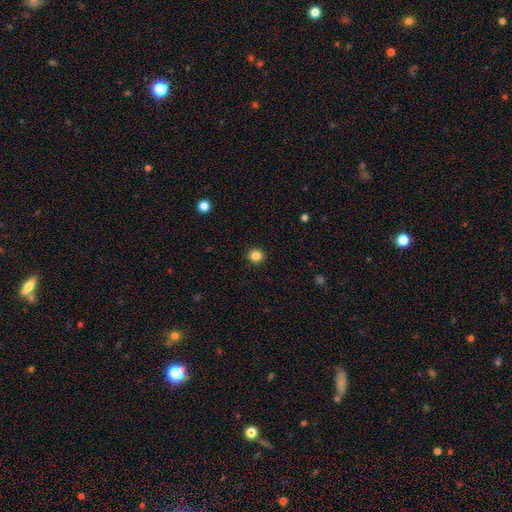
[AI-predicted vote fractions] smooth_or_featured: smooth (p=0.85) [alt: star or artifact p=0.12]
how_rounded: round (p=0.92) [alt: in between p=0.07]
merging: none (p=0.93) [alt: minor disturbance p=0.05]